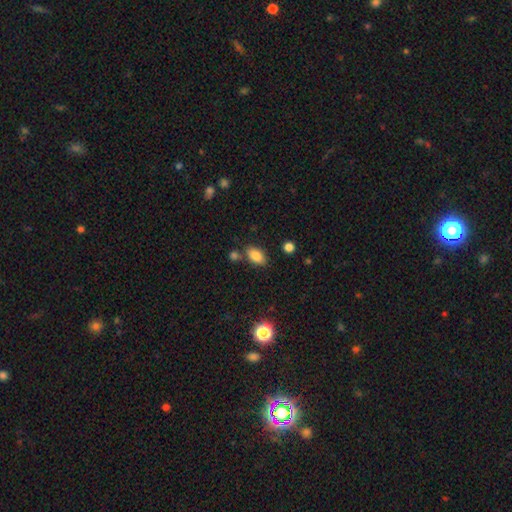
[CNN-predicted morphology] A smooth galaxy with no disk features (84%) that is in between round and cigar-shaped (90%). Merging: none (74%).